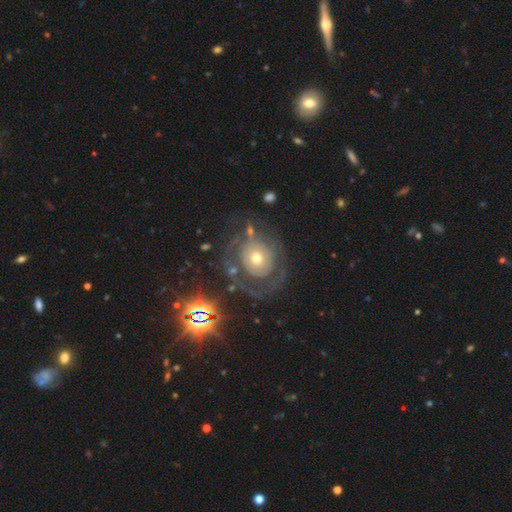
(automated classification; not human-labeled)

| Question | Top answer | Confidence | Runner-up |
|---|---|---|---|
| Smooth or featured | featured or disk | 67% | smooth (22%) |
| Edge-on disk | no | 96% | yes (4%) |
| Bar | no | 87% | weak (10%) |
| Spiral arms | yes | 61% | no (39%) |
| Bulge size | moderate | 49% | small (43%) |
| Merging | none | 61% | major disturbance (19%) |